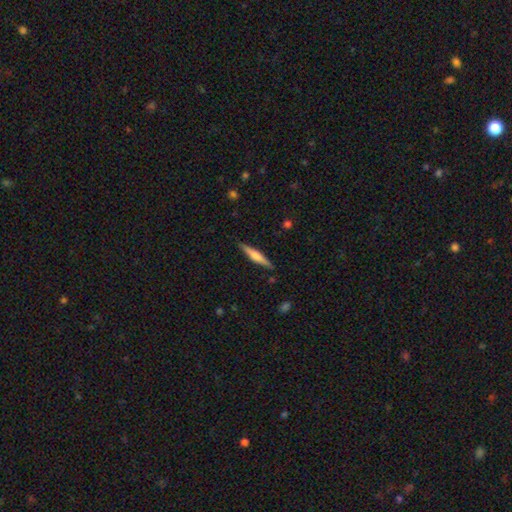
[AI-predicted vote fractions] Q: Smooth or featured?
A: featured or disk (51%); runner-up: smooth (43%)
Q: Edge-on disk?
A: yes (97%); runner-up: no (3%)
Q: Merging?
A: none (89%); runner-up: minor disturbance (8%)